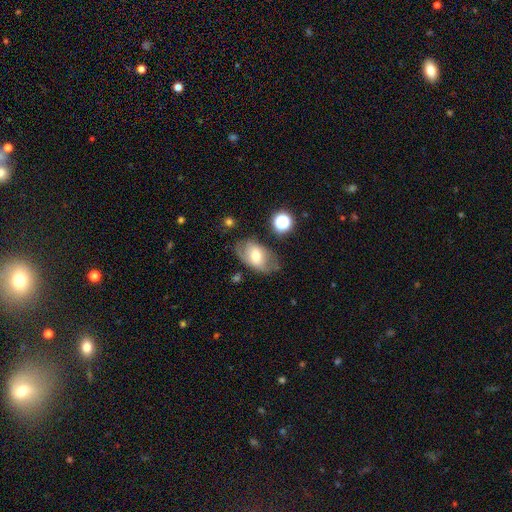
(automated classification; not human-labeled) Smooth or featured? Predicted: smooth (p=0.50). Merging? Predicted: none (p=0.61).